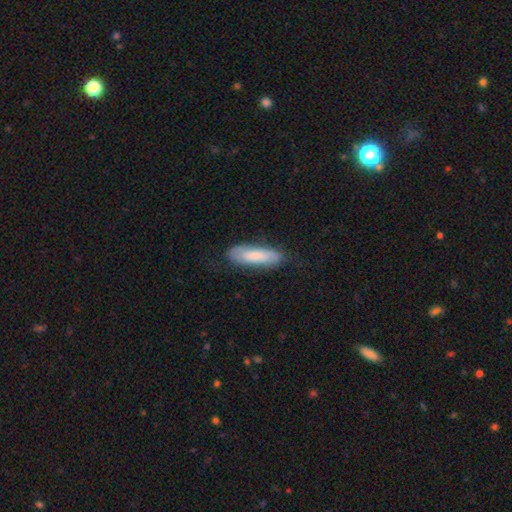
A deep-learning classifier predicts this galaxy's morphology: Smooth or featured? Predicted: smooth (p=0.70). How rounded? Predicted: cigar-shaped (p=0.53). Merging? Predicted: none (p=0.74).